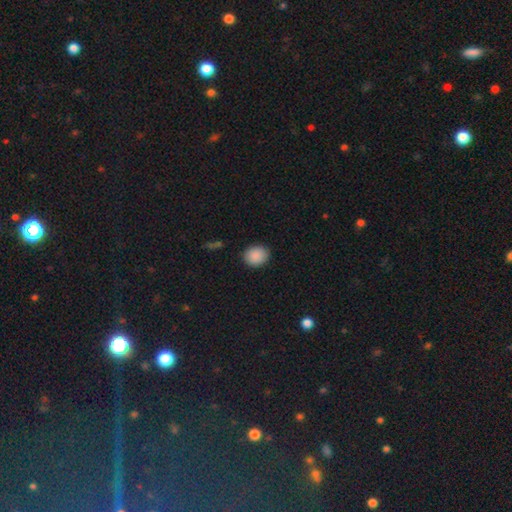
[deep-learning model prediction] Overall: smooth (90%). How rounded: round (62%; in between 37%). Merging: none (89%).